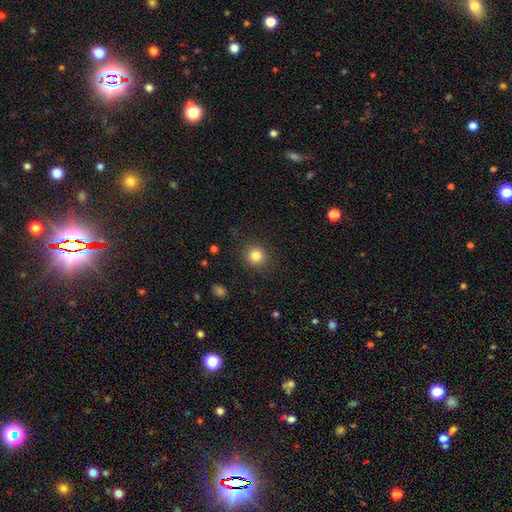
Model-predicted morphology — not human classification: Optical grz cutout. It shows a smooth galaxy with no disk features (83%) that is round (88%). Merging: none (88%).